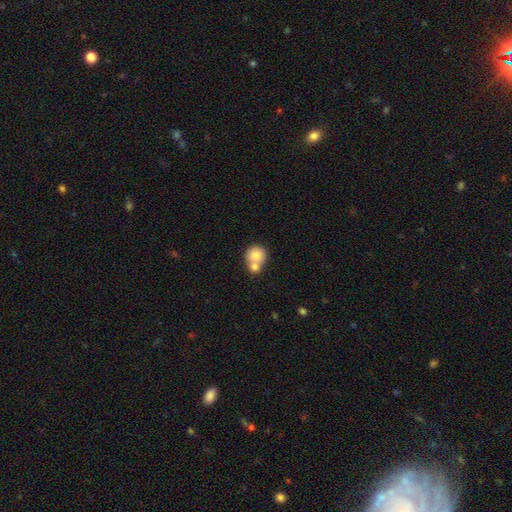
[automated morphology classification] Q: Smooth or featured?
A: smooth (79%); runner-up: featured or disk (13%)
Q: How rounded?
A: round (83%); runner-up: in between (16%)
Q: Merging?
A: merger (56%); runner-up: none (34%)